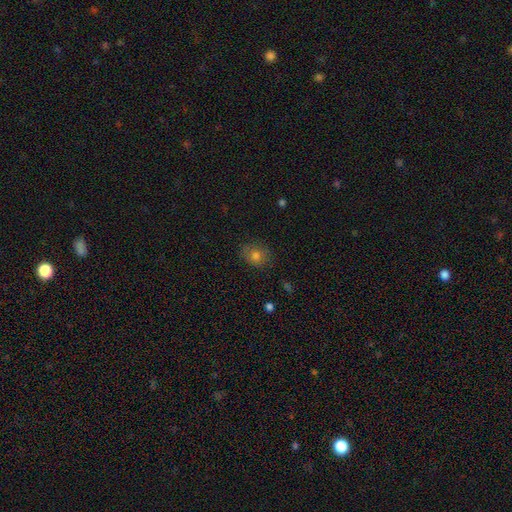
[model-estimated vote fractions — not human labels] Smooth or featured?
  - smooth: 76% *
  - star or artifact: 13%
  - featured or disk: 11%
How rounded?
  - round: 52% *
  - in between: 47%
  - cigar-shaped: 1%
Merging?
  - none: 81% *
  - minor disturbance: 14%
  - major disturbance: 3%
  - merger: 1%